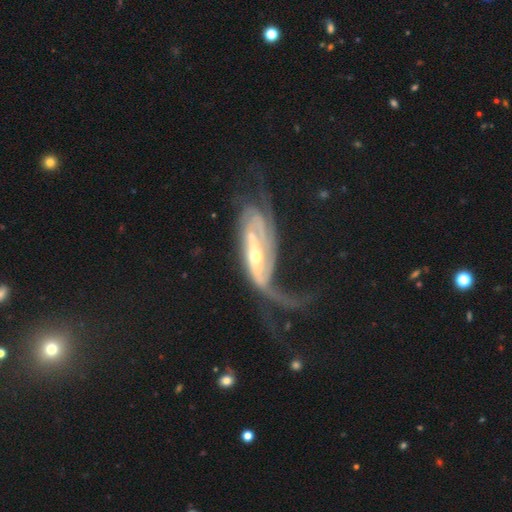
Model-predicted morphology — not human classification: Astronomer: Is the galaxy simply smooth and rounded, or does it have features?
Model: featured or disk — 86%.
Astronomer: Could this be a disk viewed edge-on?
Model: no — 86%.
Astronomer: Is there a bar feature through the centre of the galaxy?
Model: no — 35%, tied with strong at 35%.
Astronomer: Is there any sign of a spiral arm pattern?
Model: yes — 90%.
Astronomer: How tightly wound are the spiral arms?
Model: loose — 42% (runner-up: medium, 33%).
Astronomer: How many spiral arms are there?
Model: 2 — 50%.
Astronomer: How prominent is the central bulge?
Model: moderate — 50% (runner-up: small, 44%).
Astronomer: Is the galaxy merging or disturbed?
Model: major disturbance — 51%.